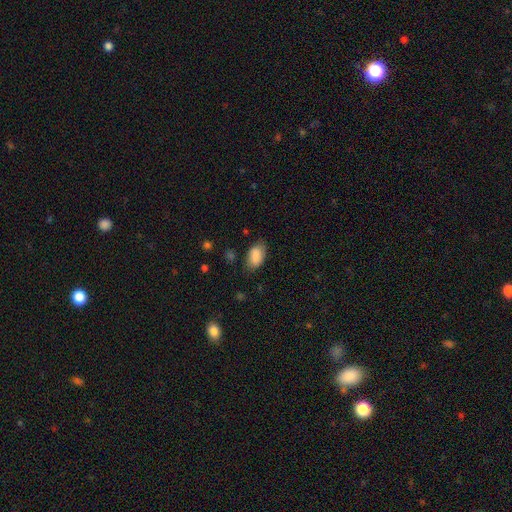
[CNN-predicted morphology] smooth 87%, star or artifact 7%, featured or disk 6%. Down the decision tree: how rounded — in between (92%); merging — none (74%).